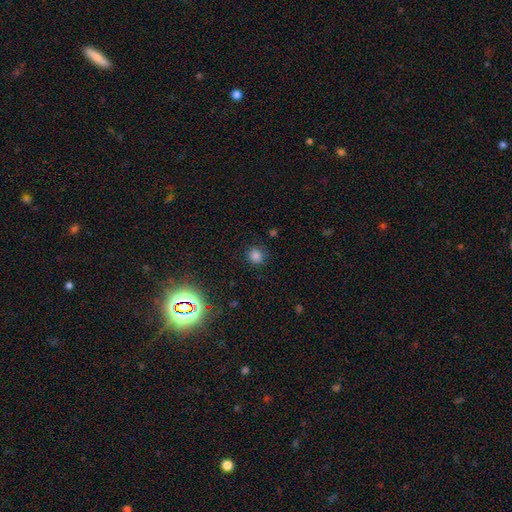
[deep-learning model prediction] A smooth galaxy with no disk features (80%) that is round (87%). Merging: none (86%).